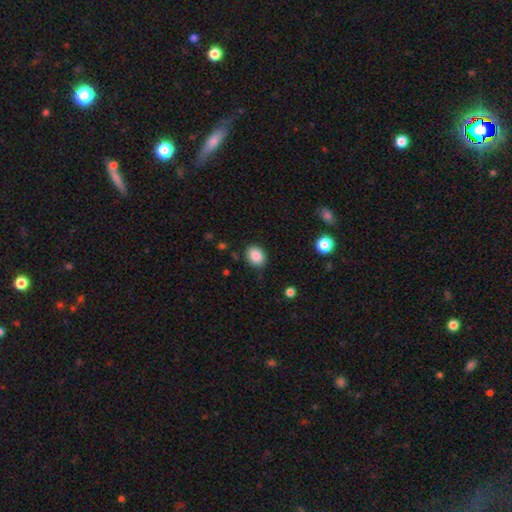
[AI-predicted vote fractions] This is clearly a smooth galaxy (87%). How rounded: possibly in between (55%). Merging: clearly none (83%).